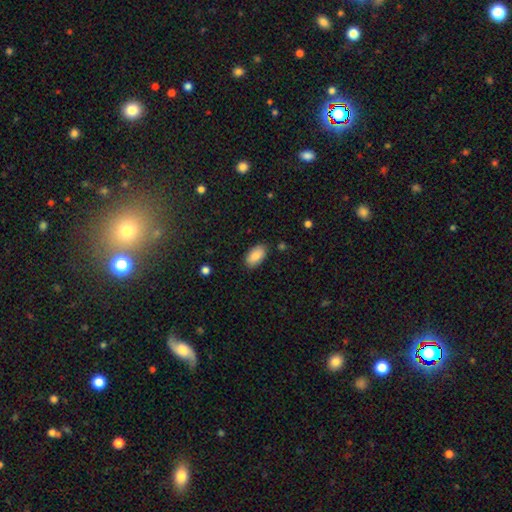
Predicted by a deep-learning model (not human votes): smooth-or-featured: smooth: 86% | featured or disk: 7% | star or artifact: 7%
  how-rounded: in between: 95% | round: 3% | cigar-shaped: 2%
  merging: none: 86% | minor disturbance: 10% | major disturbance: 2% | merger: 1%